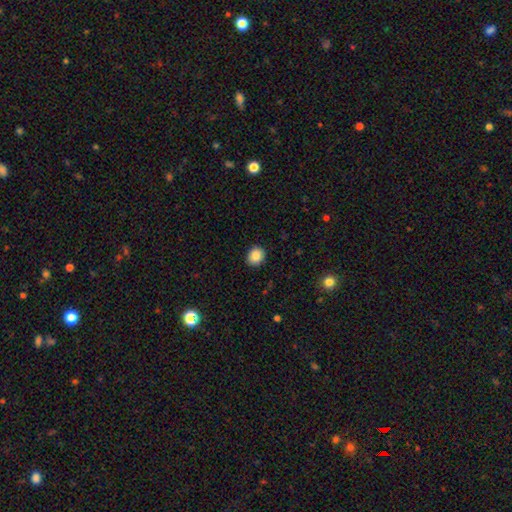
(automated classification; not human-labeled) This is clearly a smooth galaxy (87%). How rounded: likely round (71%). Merging: clearly none (89%).